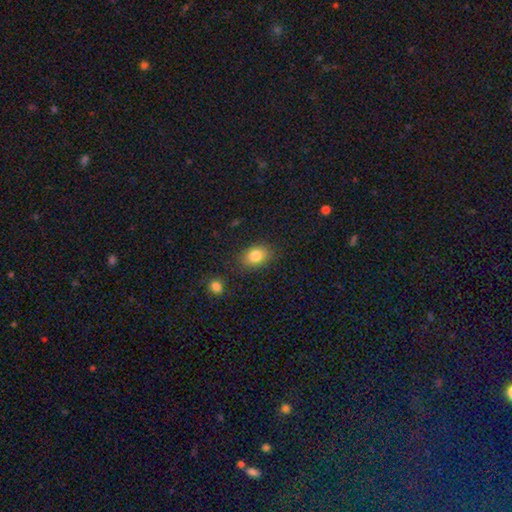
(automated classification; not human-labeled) smooth-or-featured: smooth: 83% | star or artifact: 9% | featured or disk: 8%
  how-rounded: in between: 72% | round: 27% | cigar-shaped: 1%
  merging: none: 83% | minor disturbance: 12% | major disturbance: 3% | merger: 2%